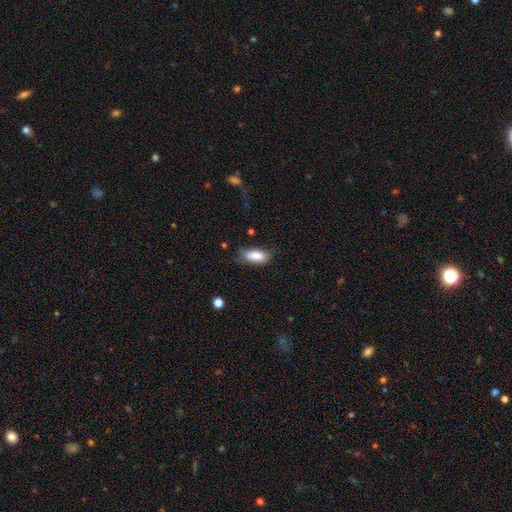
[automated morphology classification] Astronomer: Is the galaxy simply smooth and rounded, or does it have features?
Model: smooth — 83%.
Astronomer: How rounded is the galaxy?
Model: in between — 79%.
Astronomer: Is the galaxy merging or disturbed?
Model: none — 60%.